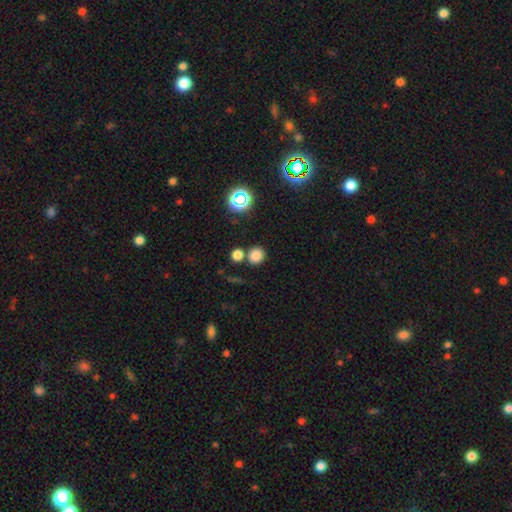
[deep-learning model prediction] A smooth galaxy with no disk features (78%) that is round (84%).

Vote fractions:
- Smooth or featured? smooth: 78% / star or artifact: 16% / featured or disk: 6%
- How rounded? round: 84% / in between: 15% / cigar-shaped: 1%
- Merging? none: 69% / merger: 19% / minor disturbance: 8% / major disturbance: 3%